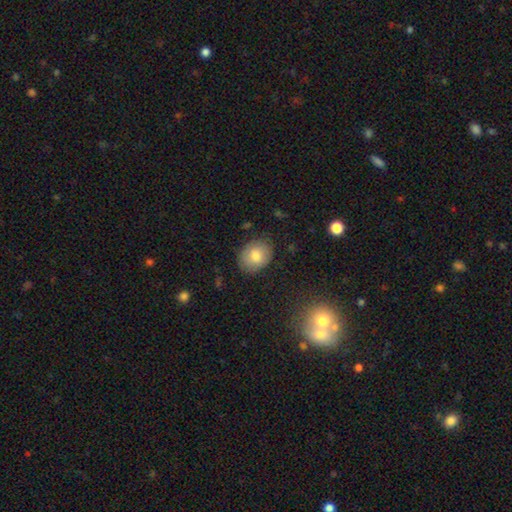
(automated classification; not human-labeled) Q: Smooth or featured?
A: smooth (79%); runner-up: featured or disk (13%)
Q: How rounded?
A: in between (55%); runner-up: round (44%)
Q: Merging?
A: none (83%); runner-up: minor disturbance (13%)